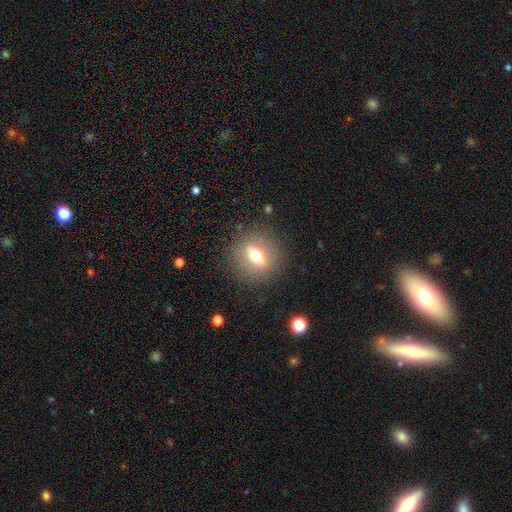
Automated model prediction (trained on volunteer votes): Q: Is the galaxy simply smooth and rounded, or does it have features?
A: featured or disk — 47%.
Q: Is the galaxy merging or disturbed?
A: none — 86%.